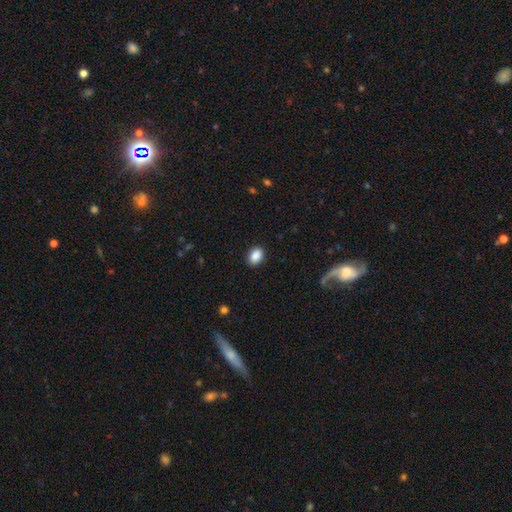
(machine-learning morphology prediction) smooth_or_featured: smooth (p=0.89) [alt: star or artifact p=0.08]
how_rounded: in between (p=0.79) [alt: round p=0.20]
merging: none (p=0.89) [alt: minor disturbance p=0.08]